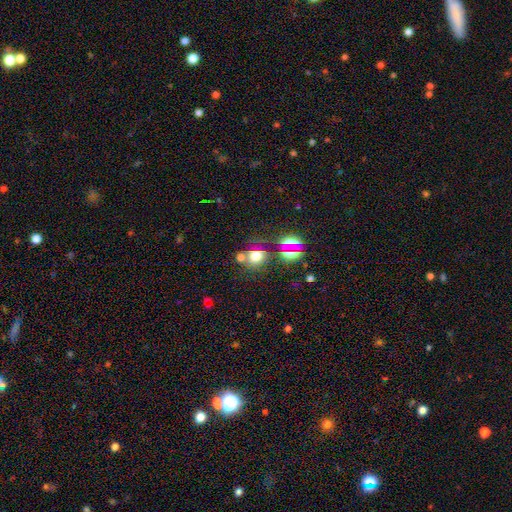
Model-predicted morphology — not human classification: Smooth or featured? Predicted: smooth (p=0.61). How rounded? Predicted: round (p=0.57). Merging? Predicted: none (p=0.57).